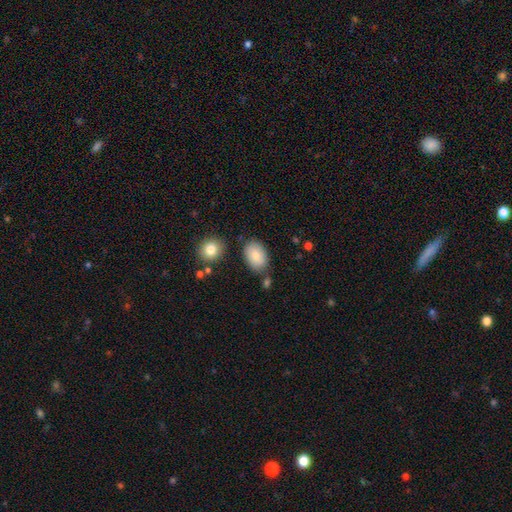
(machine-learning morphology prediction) Smooth or featured? Predicted: smooth (p=0.83). How rounded? Predicted: in between (p=0.85). Merging? Predicted: none (p=0.75).